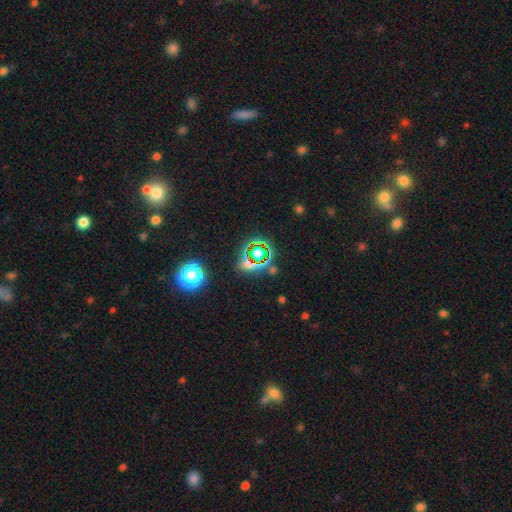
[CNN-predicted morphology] smooth_or_featured: star or artifact (p=0.67) [alt: smooth p=0.23]